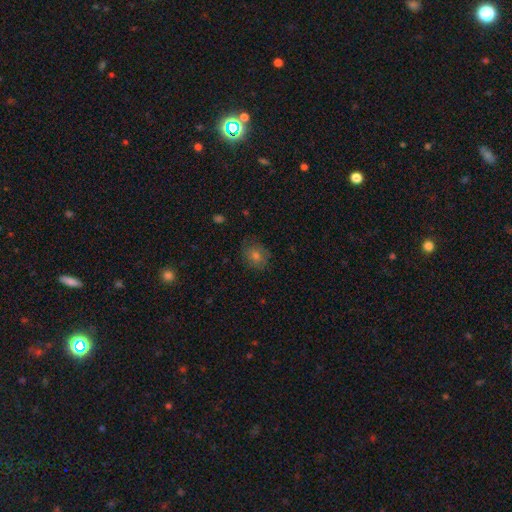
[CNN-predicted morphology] Q: Smooth or featured?
A: smooth (62%); runner-up: featured or disk (20%)
Q: How rounded?
A: round (71%); runner-up: in between (27%)
Q: Merging?
A: none (80%); runner-up: minor disturbance (15%)